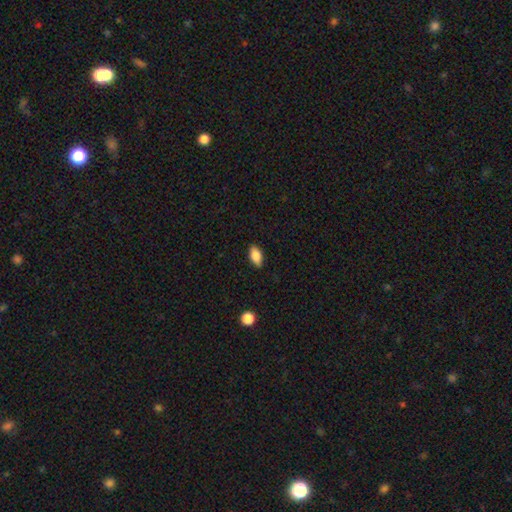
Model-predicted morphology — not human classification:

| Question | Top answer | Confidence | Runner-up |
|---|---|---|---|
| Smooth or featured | smooth | 84% | featured or disk (9%) |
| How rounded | in between | 91% | cigar-shaped (5%) |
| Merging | none | 87% | minor disturbance (10%) |